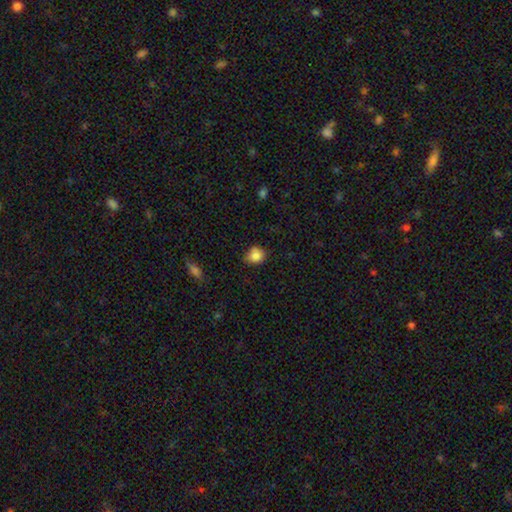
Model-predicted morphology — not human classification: Smooth or featured? Predicted: smooth (p=0.85). How rounded? Predicted: round (p=0.73). Merging? Predicted: none (p=0.71).